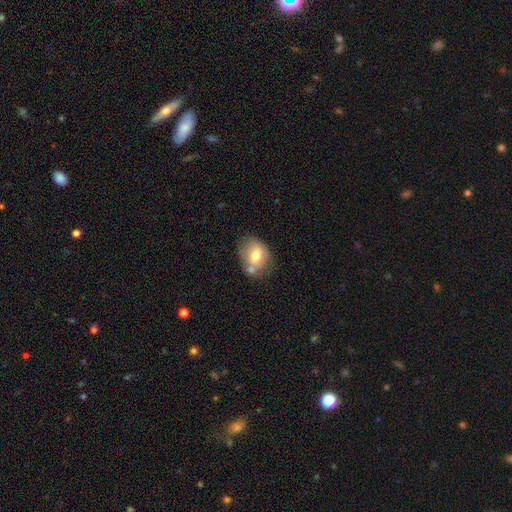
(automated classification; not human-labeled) smooth-or-featured: smooth: 69% | featured or disk: 23% | star or artifact: 8%
  how-rounded: in between: 52% | round: 47% | cigar-shaped: 1%
  merging: none: 51% | merger: 23% | minor disturbance: 21% | major disturbance: 6%